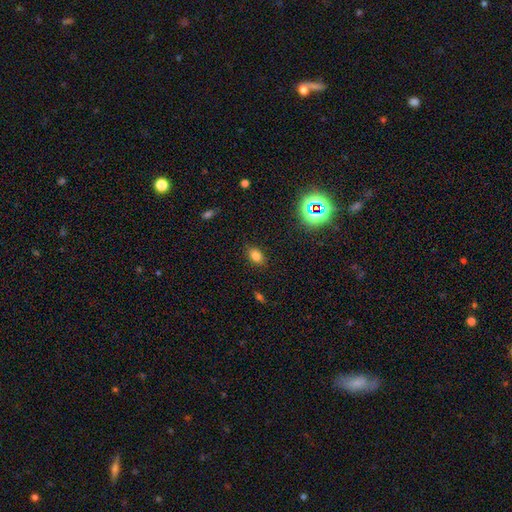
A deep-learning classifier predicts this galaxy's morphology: Smooth or featured?
  - smooth: 78% *
  - star or artifact: 15%
  - featured or disk: 7%
How rounded?
  - in between: 79% *
  - round: 19%
  - cigar-shaped: 2%
Merging?
  - none: 86% *
  - minor disturbance: 10%
  - major disturbance: 3%
  - merger: 1%